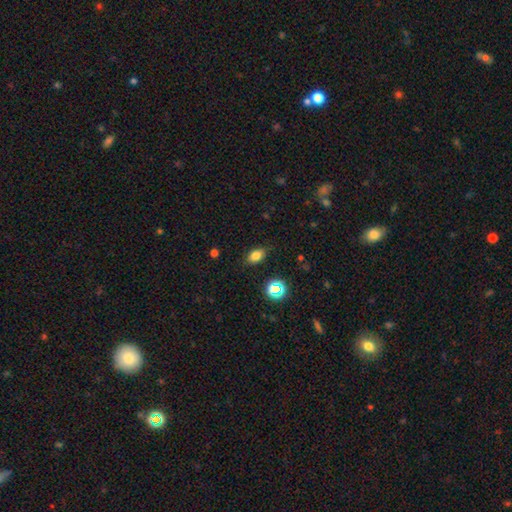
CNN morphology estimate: smooth-or-featured: smooth: 79% | star or artifact: 14% | featured or disk: 8%
  how-rounded: in between: 84% | round: 14% | cigar-shaped: 3%
  merging: none: 85% | minor disturbance: 11% | major disturbance: 3% | merger: 1%